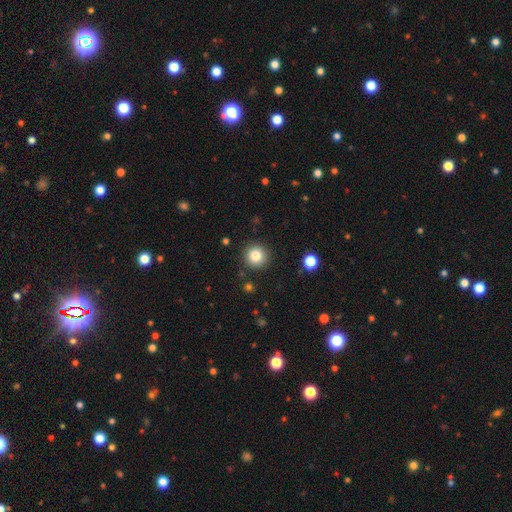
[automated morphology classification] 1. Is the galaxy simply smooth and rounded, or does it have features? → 82% smooth, 11% star or artifact, 7% featured or disk.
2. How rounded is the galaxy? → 95% round, 4% in between, 1% cigar-shaped.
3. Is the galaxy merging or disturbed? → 90% none, 6% minor disturbance, 2% major disturbance, 2% merger.